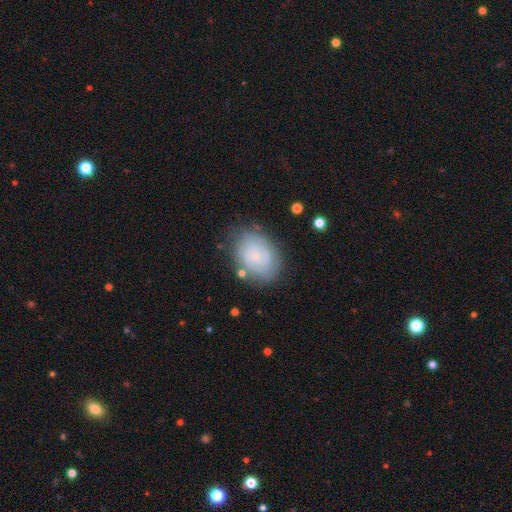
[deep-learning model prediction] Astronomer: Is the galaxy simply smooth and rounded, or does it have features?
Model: featured or disk — 63%.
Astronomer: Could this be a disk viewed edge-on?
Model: no — 97%.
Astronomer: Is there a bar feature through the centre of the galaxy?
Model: no — 74%.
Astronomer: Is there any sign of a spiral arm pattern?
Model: yes — 83%.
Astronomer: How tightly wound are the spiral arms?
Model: tight — 70%.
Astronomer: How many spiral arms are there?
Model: can't tell — 48% (runner-up: 2, 27%).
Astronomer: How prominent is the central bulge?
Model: small — 80%.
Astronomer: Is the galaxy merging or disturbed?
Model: none — 75%.